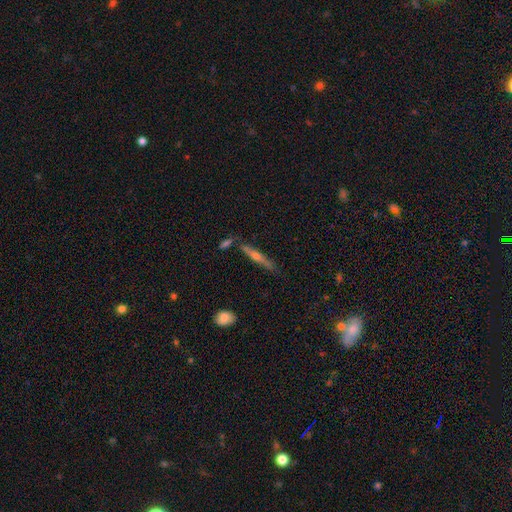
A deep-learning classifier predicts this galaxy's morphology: A featured or disk galaxy (62%) viewed edge-on (92%) with a rounded central bulge (83%). Merging: none (78%).